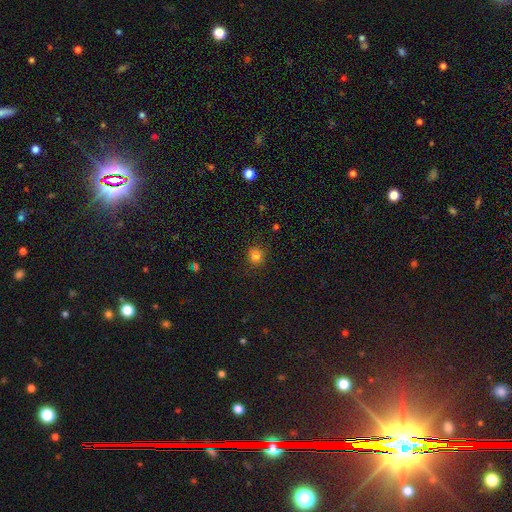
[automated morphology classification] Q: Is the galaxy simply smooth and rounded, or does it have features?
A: smooth — 82%.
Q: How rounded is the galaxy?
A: round — 90%.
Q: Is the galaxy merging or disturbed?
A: none — 88%.